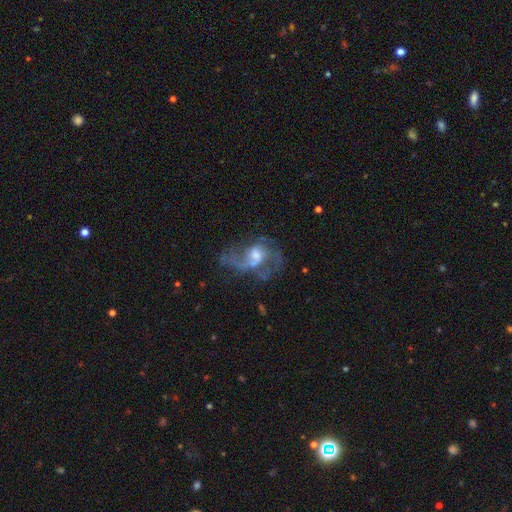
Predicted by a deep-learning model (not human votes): featured or disk 75%, smooth 15%, star or artifact 9%. Down the decision tree: edge-on disk — no (97%); bar — no (58%); spiral arms — yes (80%); spiral arm count — 2 (48%); spiral winding — loose (54%); bulge size — moderate (54%); merging — major disturbance (39%).